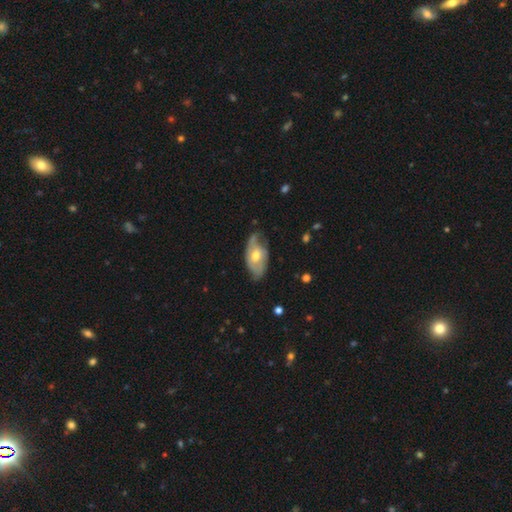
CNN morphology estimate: Smooth or featured?
  - featured or disk: 56% *
  - smooth: 39%
  - star or artifact: 6%
Edge-on disk?
  - no: 89% *
  - yes: 11%
Merging?
  - none: 50% *
  - minor disturbance: 36%
  - major disturbance: 12%
  - merger: 2%